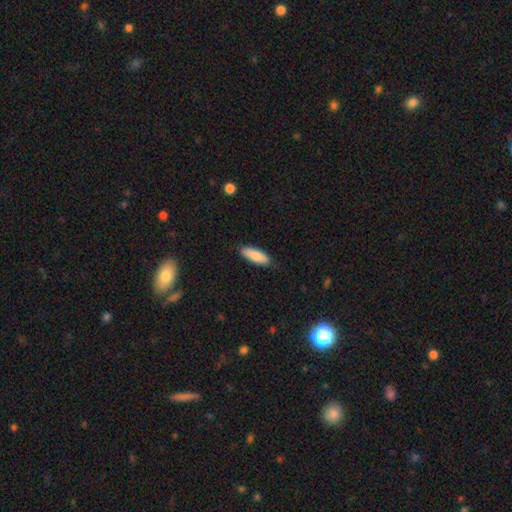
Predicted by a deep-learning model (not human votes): This is clearly a smooth galaxy (84%). How rounded: likely in between (65%). Merging: clearly none (84%).